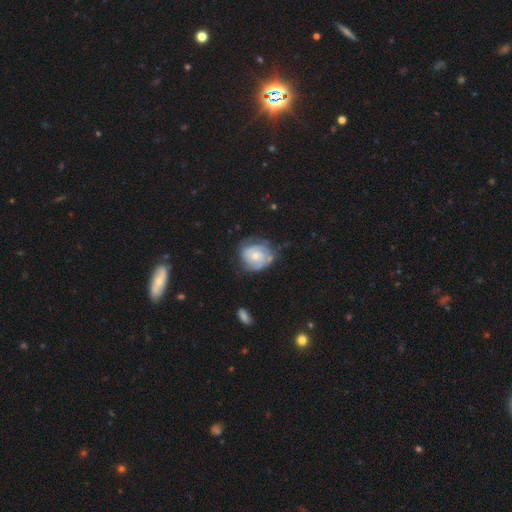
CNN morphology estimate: The model was most divided on "spiral arm count": can't tell: 37%, 2: 36%, 3: 14%, 1: 6%, 4: 4%, more than 4: 3%. More confident: edge-on disk — no (98%); spiral arms — yes (86%); bar — no (75%); smooth or featured — featured or disk (68%); spiral winding — tight (63%); merging — none (57%); bulge size — small (50%).